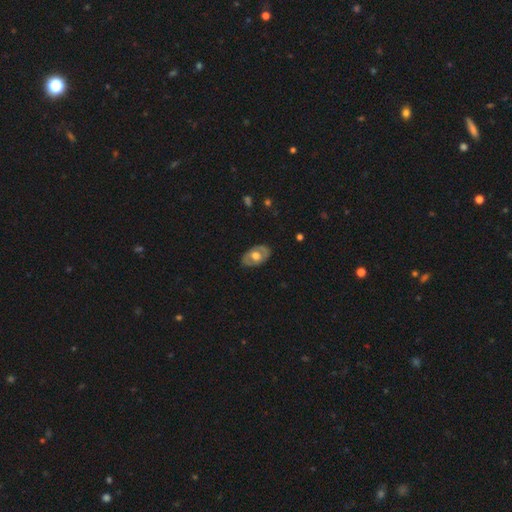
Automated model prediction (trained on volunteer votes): Smooth or featured?
  - featured or disk: 54% *
  - smooth: 41%
  - star or artifact: 5%
Edge-on disk?
  - no: 89% *
  - yes: 11%
Merging?
  - none: 80% *
  - minor disturbance: 15%
  - major disturbance: 4%
  - merger: 1%